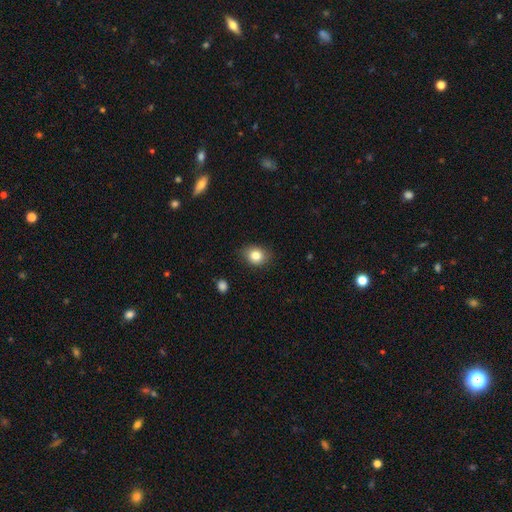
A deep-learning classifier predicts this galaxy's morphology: type=smooth (82%); roundness=round (54%); merging=none (84%).